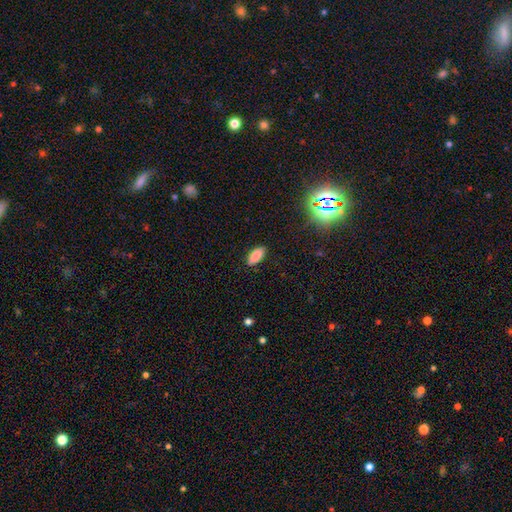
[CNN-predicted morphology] Smooth or featured? smooth (84%)
How rounded? in between (88%)
Merging? none (88%)